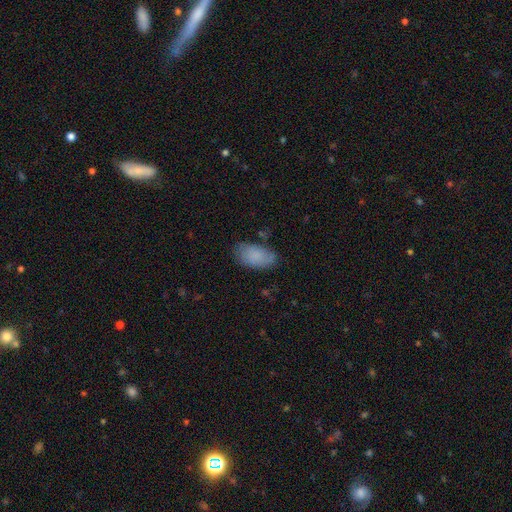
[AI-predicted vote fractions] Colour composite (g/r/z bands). It shows a smooth galaxy with no disk features (83%) that is in between round and cigar-shaped (94%). Merging: none (72%).